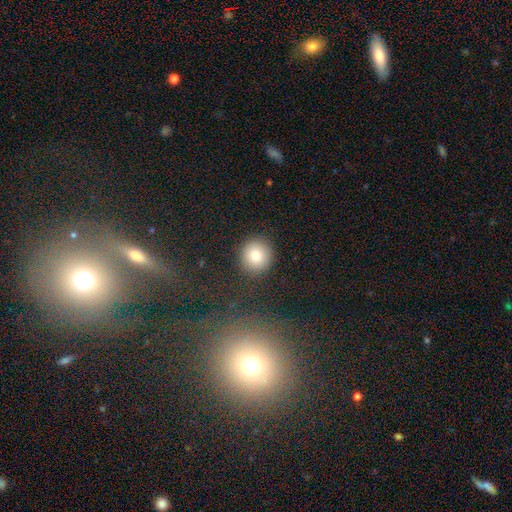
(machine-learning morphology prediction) Q: Smooth or featured?
A: smooth (83%); runner-up: star or artifact (10%)
Q: How rounded?
A: round (92%); runner-up: in between (7%)
Q: Merging?
A: none (89%); runner-up: minor disturbance (6%)